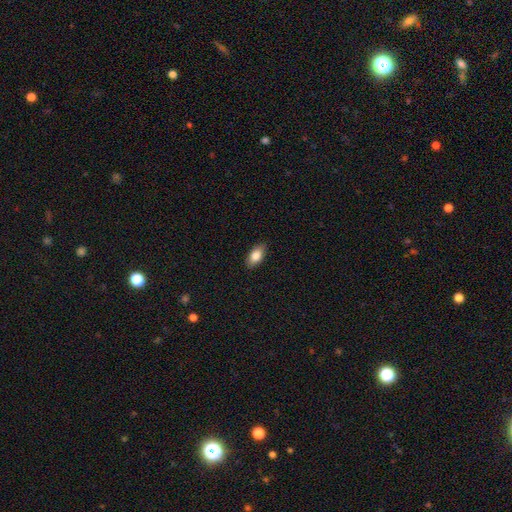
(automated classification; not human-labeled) Smooth or featured? Predicted: smooth (p=0.83). How rounded? Predicted: in between (p=0.91). Merging? Predicted: none (p=0.87).